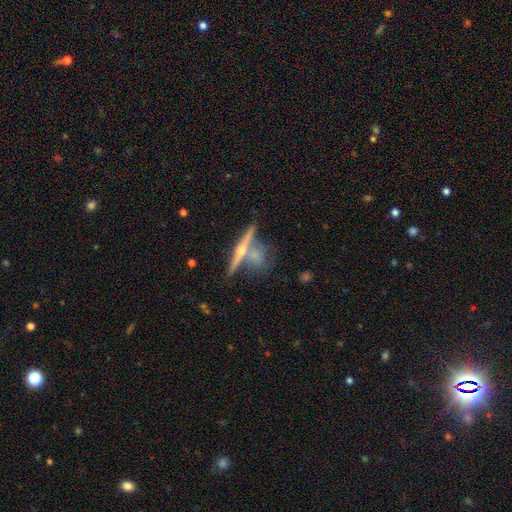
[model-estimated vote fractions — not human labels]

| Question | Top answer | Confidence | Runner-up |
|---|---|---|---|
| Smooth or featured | featured or disk | 65% | smooth (27%) |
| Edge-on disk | yes | 91% | no (9%) |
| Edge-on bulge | rounded | 87% | none (9%) |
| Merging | none | 59% | merger (27%) |